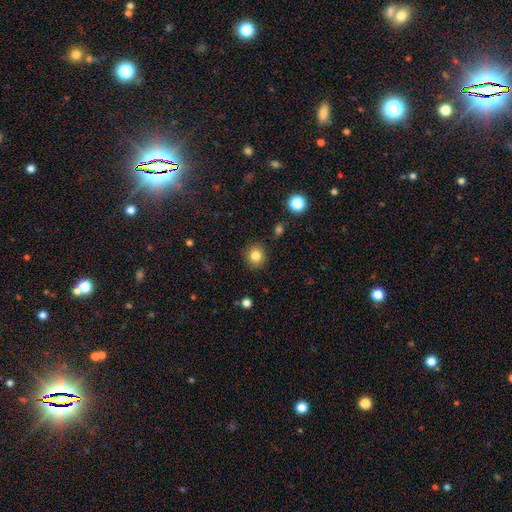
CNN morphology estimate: Smooth or featured: smooth — 83% (star or artifact — 11%)
How rounded: round — 88% (in between — 11%)
Merging: none — 89% (minor disturbance — 7%)